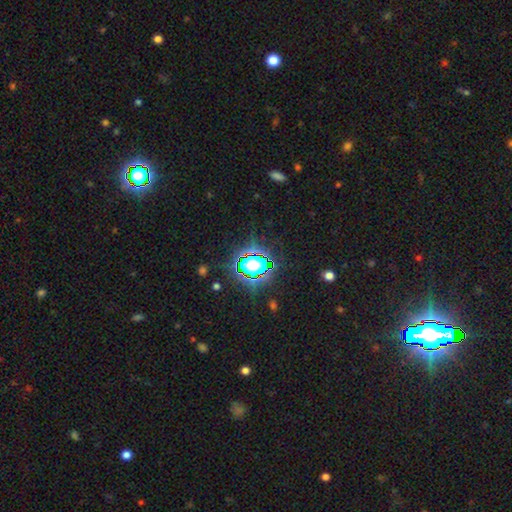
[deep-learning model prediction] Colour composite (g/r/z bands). It shows a star or artifact, not a galaxy (71%).